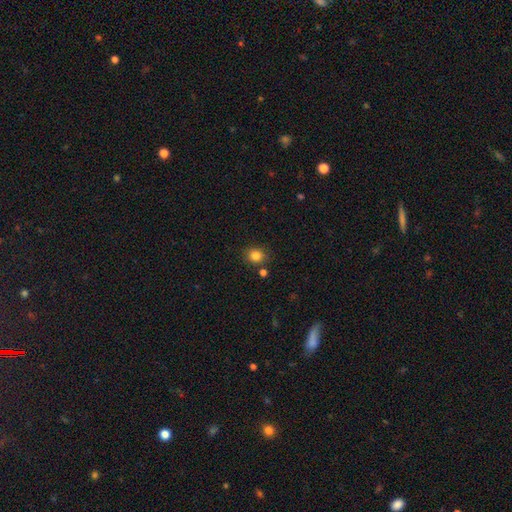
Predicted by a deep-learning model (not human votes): Smooth or featured?
  - smooth: 83% *
  - star or artifact: 12%
  - featured or disk: 5%
How rounded?
  - round: 74% *
  - in between: 25%
  - cigar-shaped: 1%
Merging?
  - none: 80% *
  - minor disturbance: 11%
  - merger: 6%
  - major disturbance: 3%